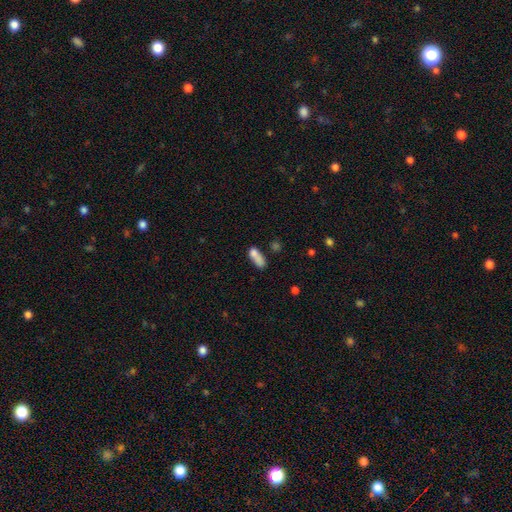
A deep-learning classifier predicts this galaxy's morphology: Smooth or featured? Predicted: smooth (p=0.75). How rounded? Predicted: in between (p=0.68). Merging? Predicted: merger (p=0.40).